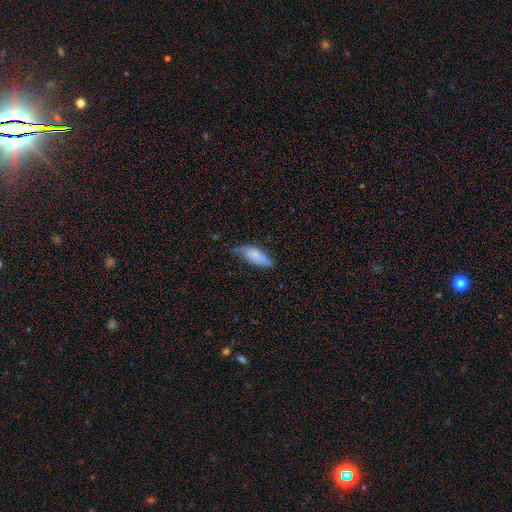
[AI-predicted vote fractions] Q: Smooth or featured?
A: smooth (78%); runner-up: featured or disk (16%)
Q: How rounded?
A: in between (74%); runner-up: cigar-shaped (24%)
Q: Merging?
A: none (52%); runner-up: minor disturbance (38%)